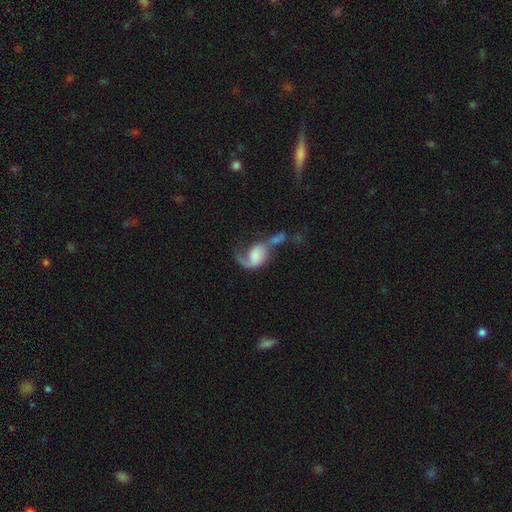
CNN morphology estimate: Q: Smooth or featured?
A: featured or disk (55%); runner-up: smooth (37%)
Q: Edge-on disk?
A: no (97%); runner-up: yes (3%)
Q: Bar?
A: no (67%); runner-up: weak (25%)
Q: Spiral arms?
A: yes (80%); runner-up: no (20%)
Q: Bulge size?
A: none (43%); runner-up: large (20%)
Q: Merging?
A: merger (46%); runner-up: major disturbance (30%)